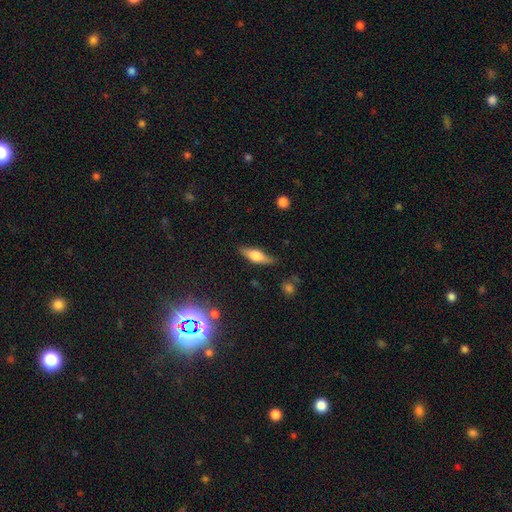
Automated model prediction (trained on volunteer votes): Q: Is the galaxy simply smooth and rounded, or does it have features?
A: smooth — 49%.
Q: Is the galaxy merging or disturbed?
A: none — 80%.